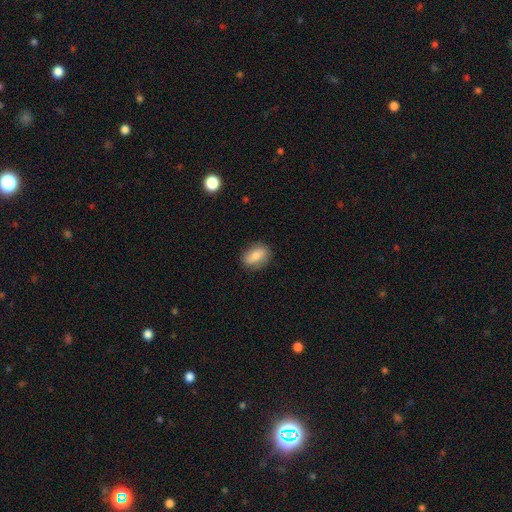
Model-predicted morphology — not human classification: type=smooth (79%); roundness=in between (81%); merging=none (84%).